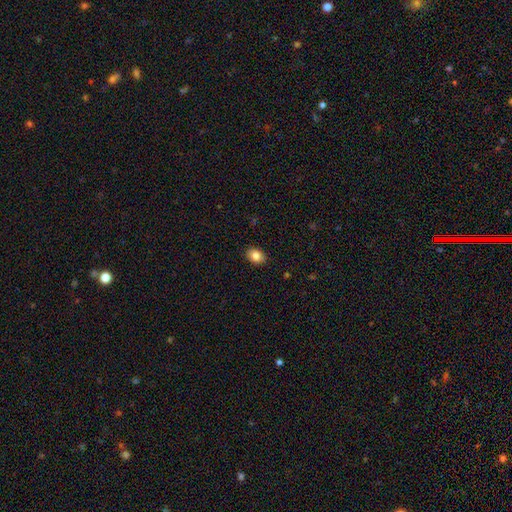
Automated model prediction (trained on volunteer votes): smooth-or-featured: smooth: 85% | star or artifact: 9% | featured or disk: 6%
  how-rounded: in between: 71% | round: 28% | cigar-shaped: 1%
  merging: none: 90% | minor disturbance: 7% | major disturbance: 2% | merger: 1%